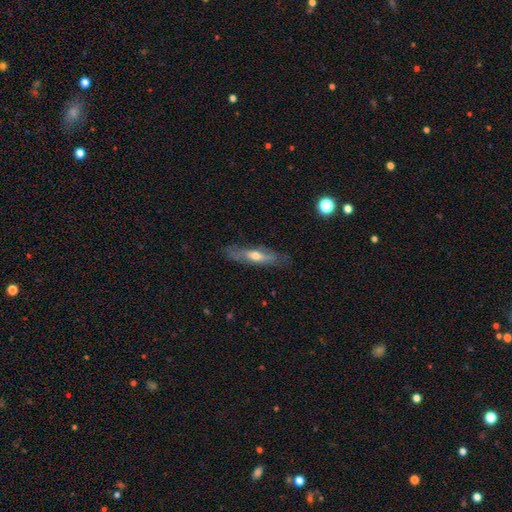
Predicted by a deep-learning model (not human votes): The model was most divided on "smooth or featured": featured or disk: 54%, smooth: 40%, star or artifact: 6%. More confident: merging — none (74%); edge-on disk — yes (60%).